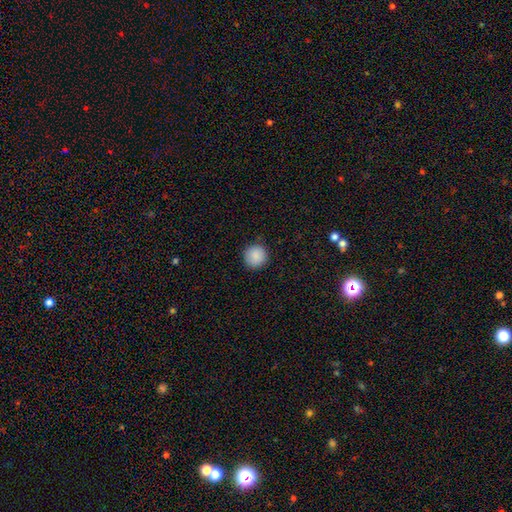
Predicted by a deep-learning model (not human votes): A smooth galaxy with no disk features (88%) that is round (95%). Merging: none (89%).